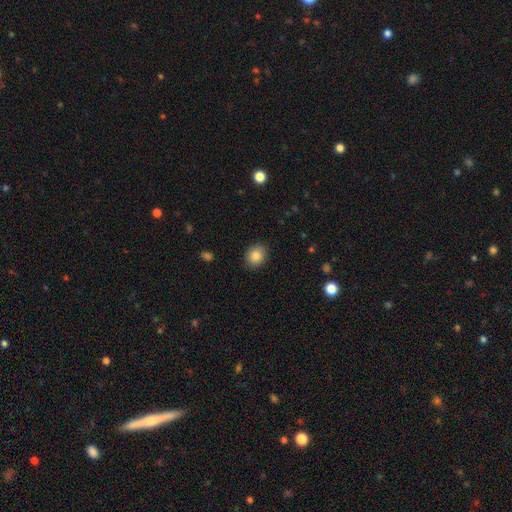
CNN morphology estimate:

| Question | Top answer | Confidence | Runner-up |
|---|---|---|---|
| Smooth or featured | smooth | 85% | star or artifact (9%) |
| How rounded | round | 57% | in between (42%) |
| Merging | none | 88% | minor disturbance (8%) |